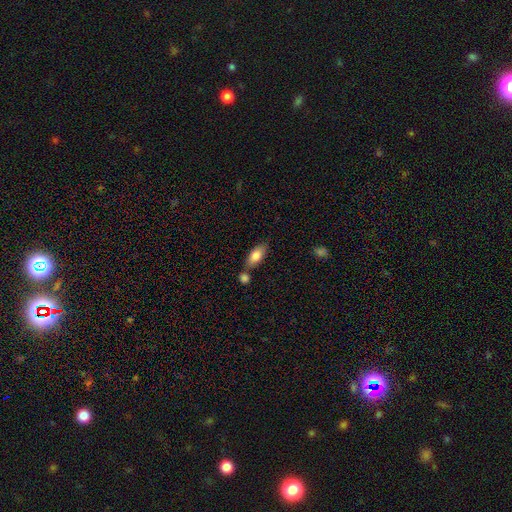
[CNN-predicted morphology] Smooth or featured? smooth (81%)
How rounded? in between (86%)
Merging? none (65%)